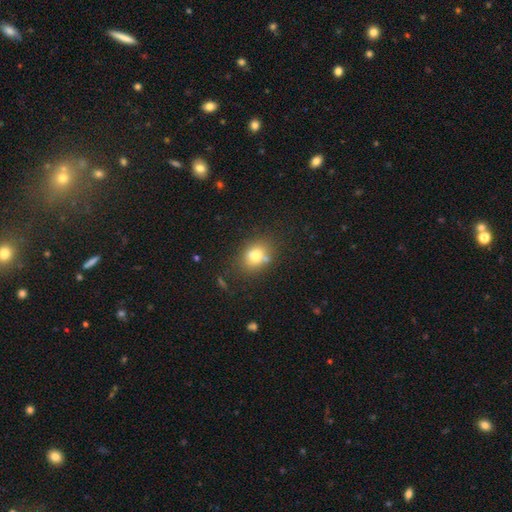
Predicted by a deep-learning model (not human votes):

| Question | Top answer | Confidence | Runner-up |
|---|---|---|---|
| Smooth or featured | smooth | 75% | featured or disk (13%) |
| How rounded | round | 52% | in between (47%) |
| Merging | none | 68% | minor disturbance (15%) |